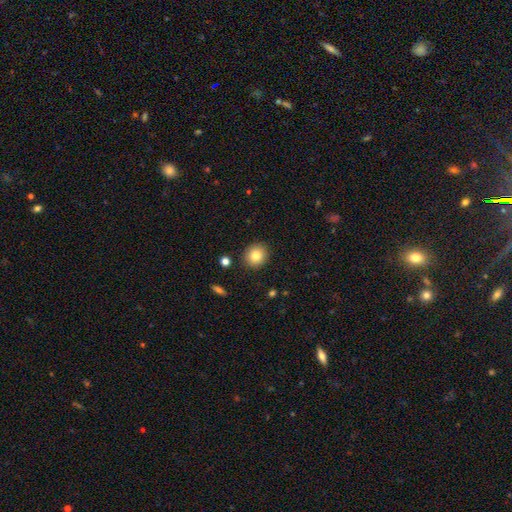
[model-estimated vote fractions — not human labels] A smooth galaxy with no disk features (82%) that is round (81%). Merging: none (90%).